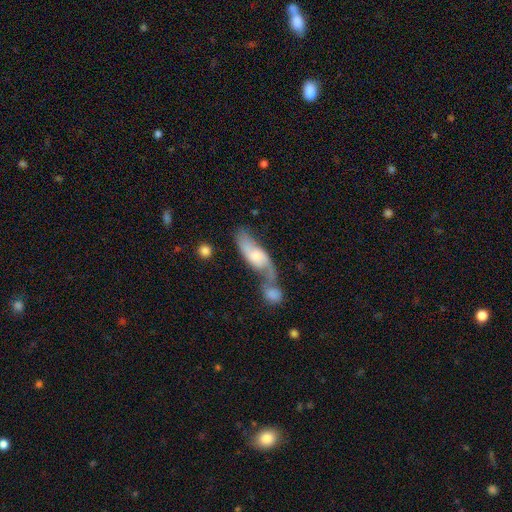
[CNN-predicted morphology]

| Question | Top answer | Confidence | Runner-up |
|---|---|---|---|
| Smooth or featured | featured or disk | 58% | smooth (36%) |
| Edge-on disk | no | 83% | yes (17%) |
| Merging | merger | 58% | none (19%) |